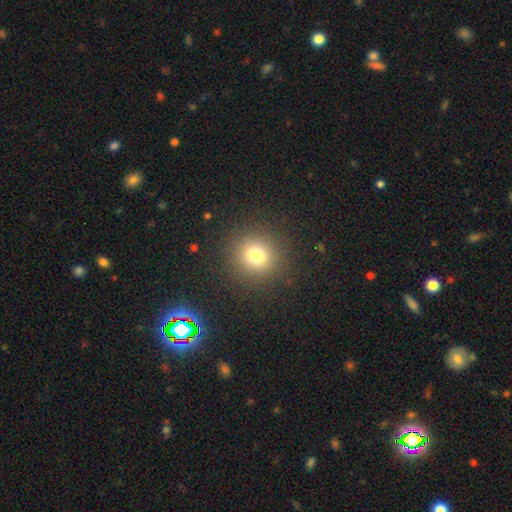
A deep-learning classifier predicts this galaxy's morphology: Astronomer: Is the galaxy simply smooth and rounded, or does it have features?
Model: smooth — 75%.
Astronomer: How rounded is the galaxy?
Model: round — 92%.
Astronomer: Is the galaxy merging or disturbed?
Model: none — 89%.